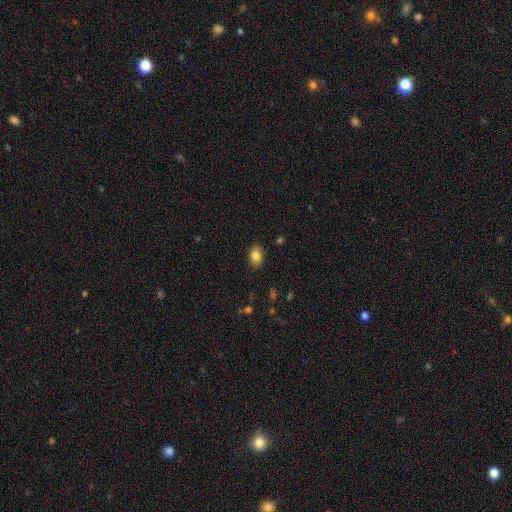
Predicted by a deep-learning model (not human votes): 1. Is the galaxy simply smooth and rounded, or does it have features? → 84% smooth, 9% star or artifact, 7% featured or disk.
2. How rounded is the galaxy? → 85% in between, 14% round, 1% cigar-shaped.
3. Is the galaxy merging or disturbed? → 87% none, 10% minor disturbance, 2% major disturbance, 1% merger.